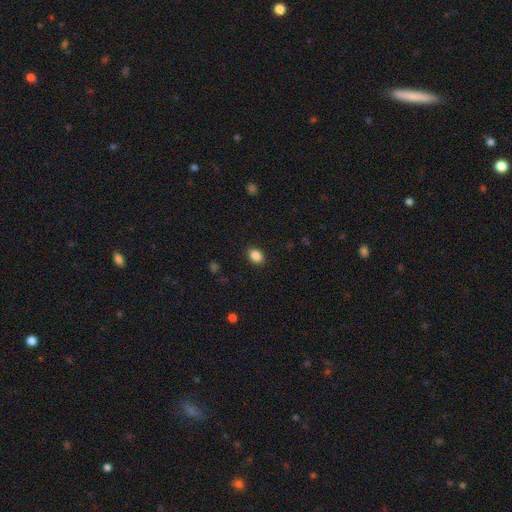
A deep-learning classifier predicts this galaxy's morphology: smooth 87%, star or artifact 9%, featured or disk 4%. Down the decision tree: how rounded — in between (73%); merging — none (89%).